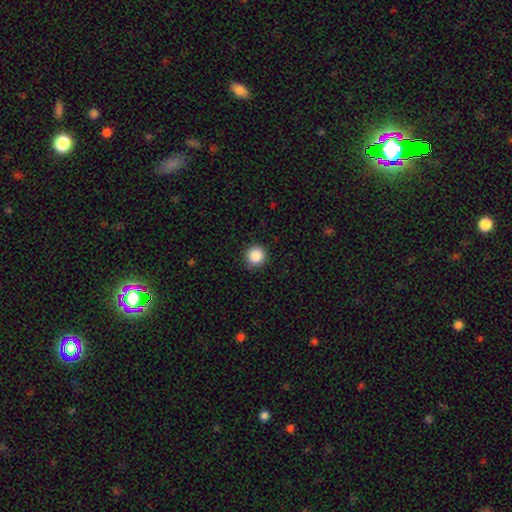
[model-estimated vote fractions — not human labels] Smooth or featured? smooth (88%)
How rounded? round (93%)
Merging? none (90%)